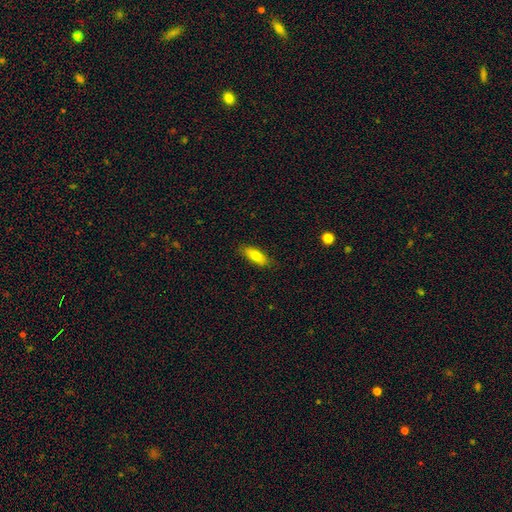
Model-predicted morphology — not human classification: Q: Smooth or featured?
A: smooth (75%); runner-up: featured or disk (18%)
Q: How rounded?
A: in between (72%); runner-up: cigar-shaped (26%)
Q: Merging?
A: none (83%); runner-up: minor disturbance (14%)